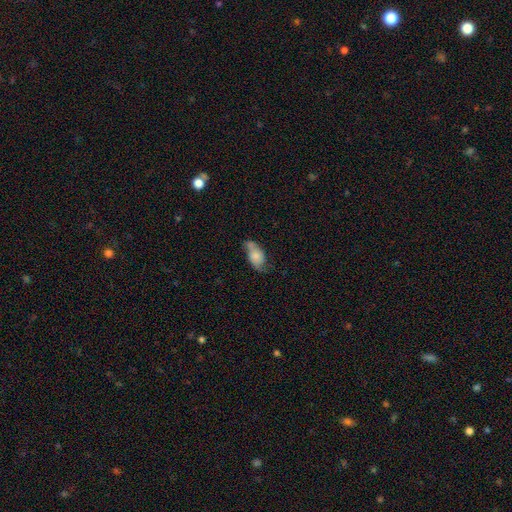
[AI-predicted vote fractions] Smooth or featured: smooth — 58% (featured or disk — 34%)
How rounded: in between — 89% (round — 6%)
Merging: none — 43% (minor disturbance — 32%)